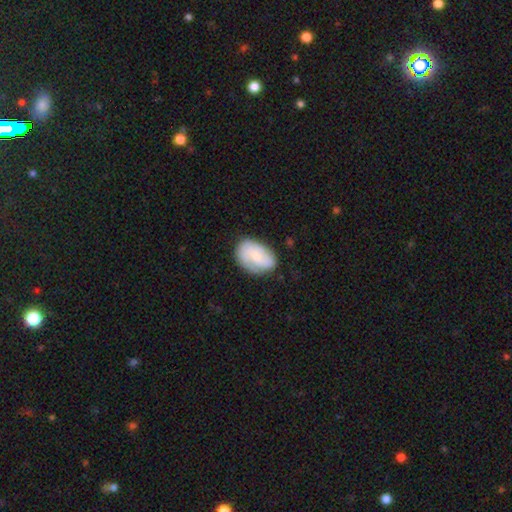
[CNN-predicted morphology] The model was most divided on "smooth or featured": smooth: 57%, featured or disk: 36%, star or artifact: 7%. More confident: how rounded — in between (85%); merging — none (68%).